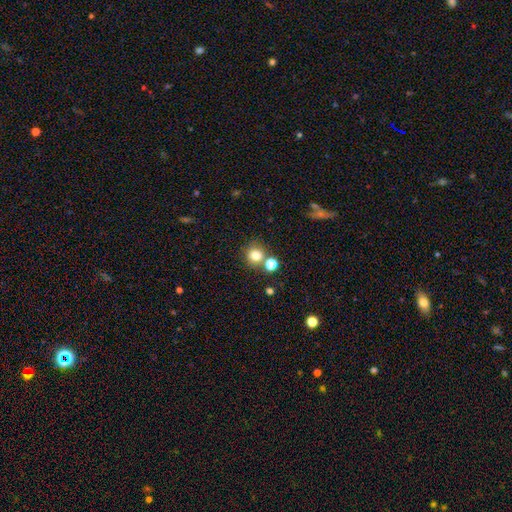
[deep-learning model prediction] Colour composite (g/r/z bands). It shows a smooth galaxy with no disk features (79%) that is round (88%). Merging: none (66%).